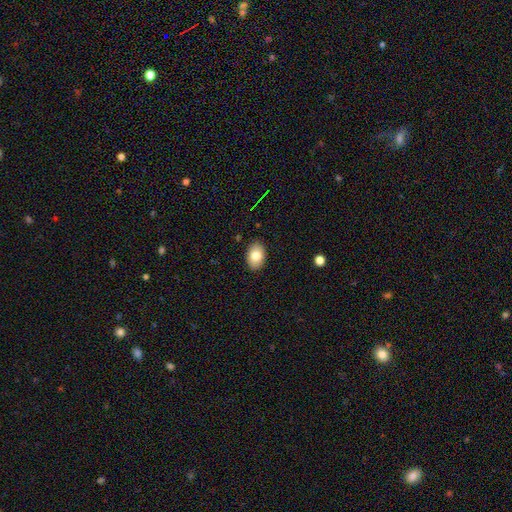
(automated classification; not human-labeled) smooth_or_featured: smooth (p=0.82) [alt: featured or disk p=0.11]
how_rounded: in between (p=0.86) [alt: round p=0.13]
merging: none (p=0.88) [alt: minor disturbance p=0.09]